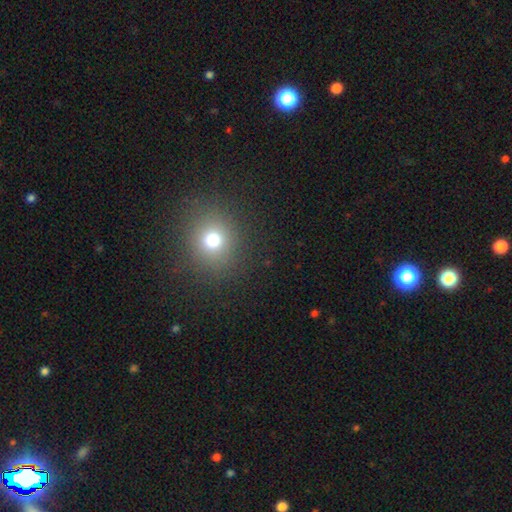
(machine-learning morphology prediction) Smooth or featured?
  - smooth: 68% *
  - star or artifact: 24%
  - featured or disk: 7%
How rounded?
  - round: 88% *
  - in between: 11%
  - cigar-shaped: 1%
Merging?
  - none: 92% *
  - minor disturbance: 5%
  - major disturbance: 2%
  - merger: 1%